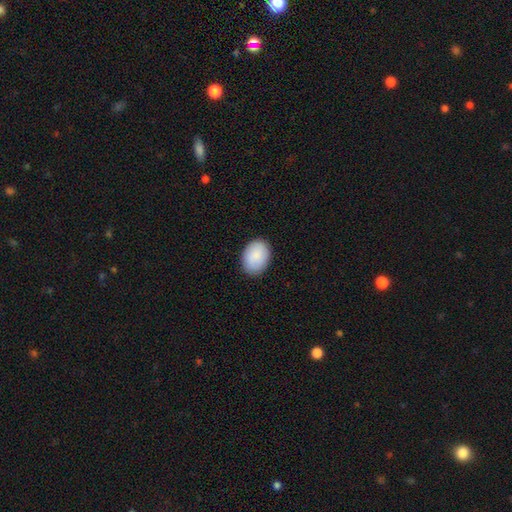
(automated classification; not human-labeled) Morphology: type=smooth (89%); roundness=in between (76%); merging=none (87%).